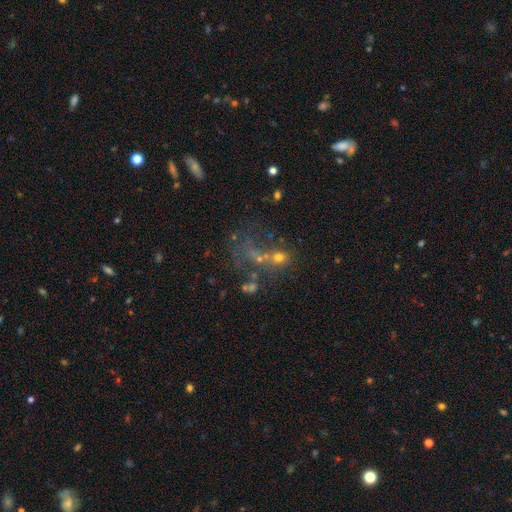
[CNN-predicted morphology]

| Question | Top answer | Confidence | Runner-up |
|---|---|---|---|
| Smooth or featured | featured or disk | 37% | star or artifact (32%) |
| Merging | none | 32% | tied: merger (32%) |